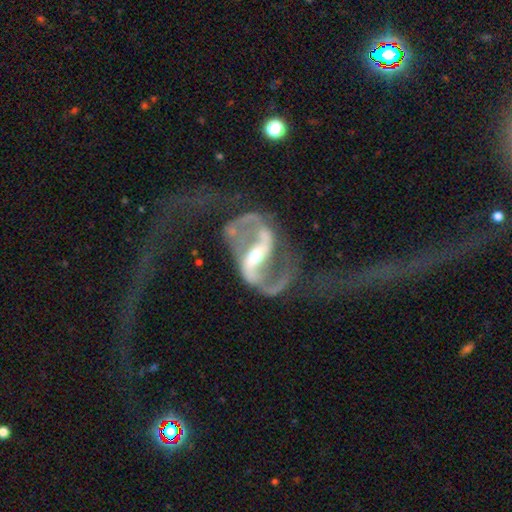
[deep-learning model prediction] A featured or disk galaxy (91%) with a strong bar (63%), 2 (90%) loose (54%) spiral arms (93%) and a moderate central bulge (48%). Merging: none (46%).